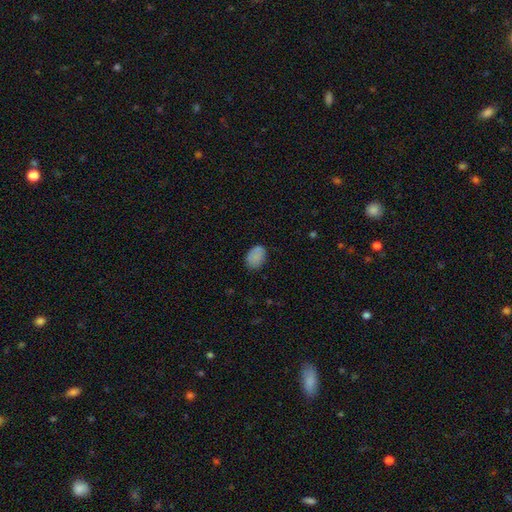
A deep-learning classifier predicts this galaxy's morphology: A smooth galaxy with no disk features (84%) that is in between round and cigar-shaped (78%).

Vote fractions:
- Smooth or featured? smooth: 84% / star or artifact: 9% / featured or disk: 7%
- How rounded? in between: 78% / round: 21% / cigar-shaped: 1%
- Merging? none: 77% / minor disturbance: 18% / major disturbance: 4% / merger: 1%